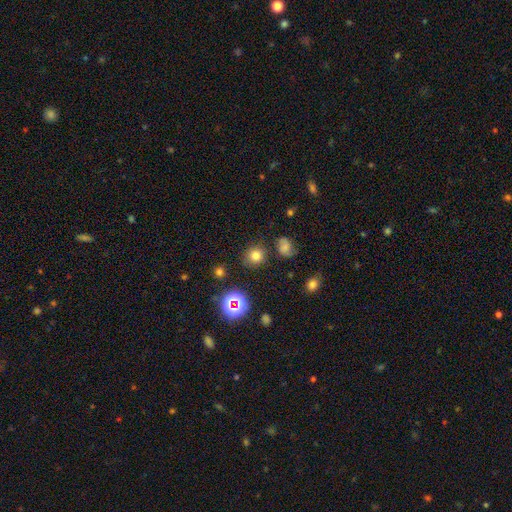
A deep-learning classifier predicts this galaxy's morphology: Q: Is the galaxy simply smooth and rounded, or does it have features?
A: smooth — 73%.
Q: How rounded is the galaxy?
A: round — 88%.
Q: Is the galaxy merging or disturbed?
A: none — 84%.